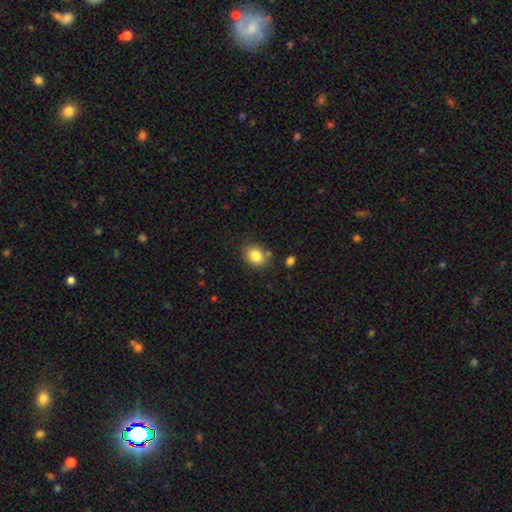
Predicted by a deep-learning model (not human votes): Smooth or featured? smooth (85%)
How rounded? in between (53%)
Merging? none (78%)